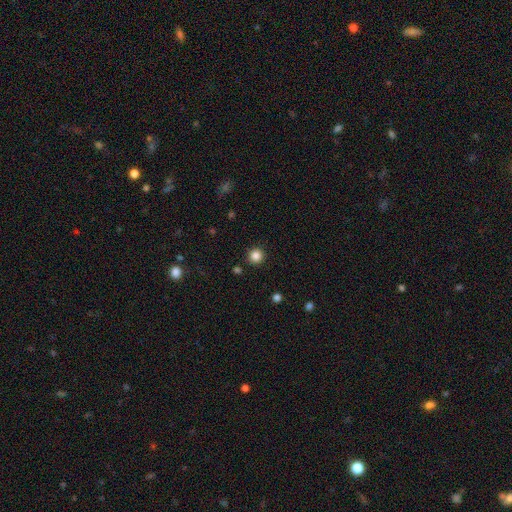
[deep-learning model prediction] The model was most divided on "smooth or featured": smooth: 84%, star or artifact: 12%, featured or disk: 4%. More confident: how rounded — round (95%); merging — none (91%).